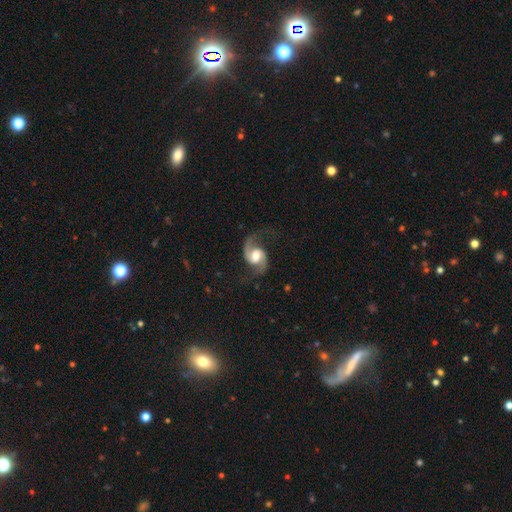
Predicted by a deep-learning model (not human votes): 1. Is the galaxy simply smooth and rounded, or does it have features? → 89% featured or disk, 7% smooth, 5% star or artifact.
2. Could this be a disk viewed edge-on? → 98% no, 2% yes.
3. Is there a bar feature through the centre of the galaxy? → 44% weak, 40% no, 17% strong.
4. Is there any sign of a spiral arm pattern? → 97% yes, 3% no.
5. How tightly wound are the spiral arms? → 54% loose, 38% medium, 7% tight.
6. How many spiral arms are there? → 93% 2, 2% 1, 2% can't tell, 1% 3, 1% 4, 1% more than 4.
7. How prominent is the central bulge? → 56% moderate, 30% large, 9% small, 3% dominant, 2% none.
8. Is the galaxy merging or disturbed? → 73% none, 15% minor disturbance, 11% major disturbance, 2% merger.